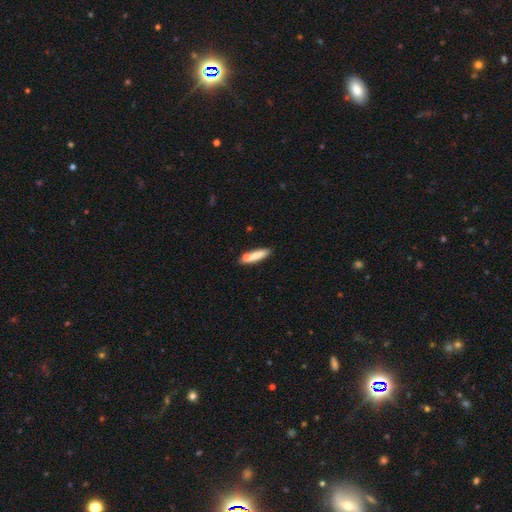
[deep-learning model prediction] Overall: smooth (79%). How rounded: cigar-shaped (73%). Merging: none (67%).